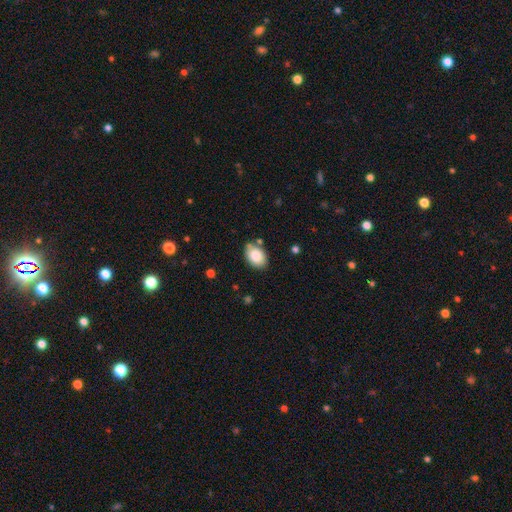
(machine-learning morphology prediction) Smooth or featured? Predicted: smooth (p=0.85). How rounded? Predicted: in between (p=0.81). Merging? Predicted: none (p=0.76).